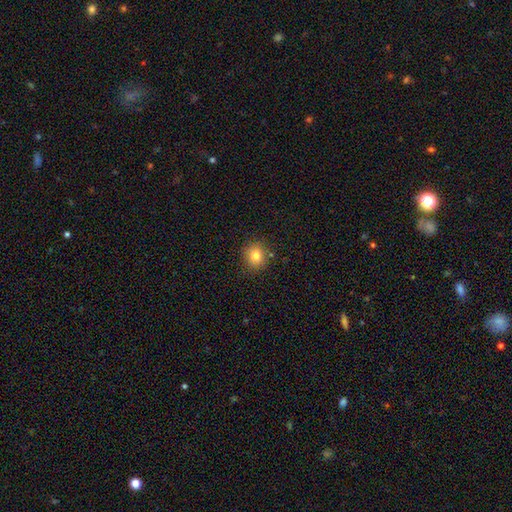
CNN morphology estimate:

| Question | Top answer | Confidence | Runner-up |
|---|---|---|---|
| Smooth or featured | smooth | 80% | star or artifact (12%) |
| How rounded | round | 83% | in between (16%) |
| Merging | none | 86% | minor disturbance (9%) |